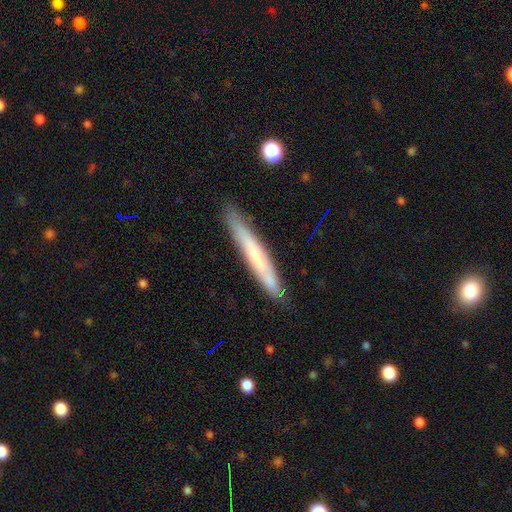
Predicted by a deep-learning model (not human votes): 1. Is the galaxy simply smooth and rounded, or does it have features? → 55% smooth, 39% featured or disk, 6% star or artifact.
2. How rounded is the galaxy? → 95% cigar-shaped, 4% in between, 1% round.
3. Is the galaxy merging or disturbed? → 82% none, 14% minor disturbance, 3% major disturbance, 2% merger.